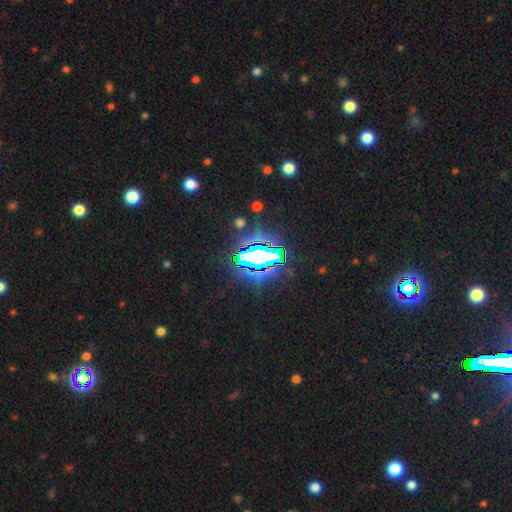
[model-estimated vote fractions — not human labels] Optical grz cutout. It shows a star or artifact, not a galaxy (77%).